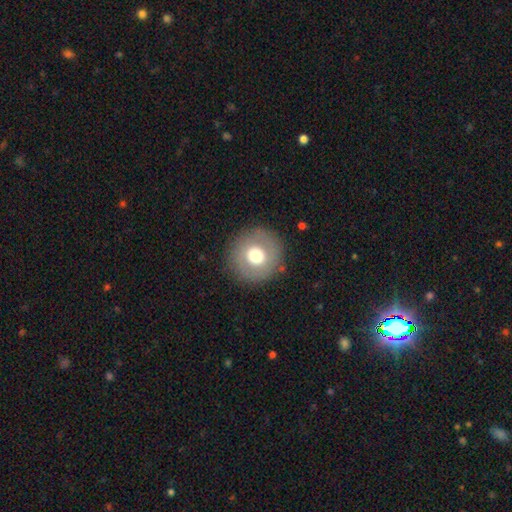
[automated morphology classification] The model was most divided on "smooth or featured": smooth: 66%, featured or disk: 24%, star or artifact: 10%. More confident: how rounded — round (95%); merging — none (88%).